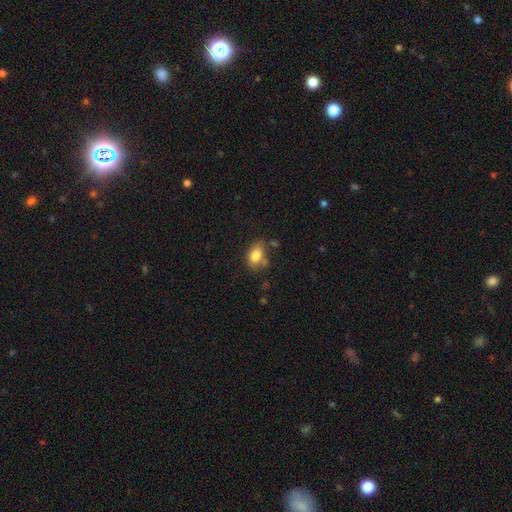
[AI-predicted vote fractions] Q: Smooth or featured?
A: smooth (80%); runner-up: featured or disk (11%)
Q: How rounded?
A: in between (79%); runner-up: round (20%)
Q: Merging?
A: none (60%); runner-up: minor disturbance (23%)